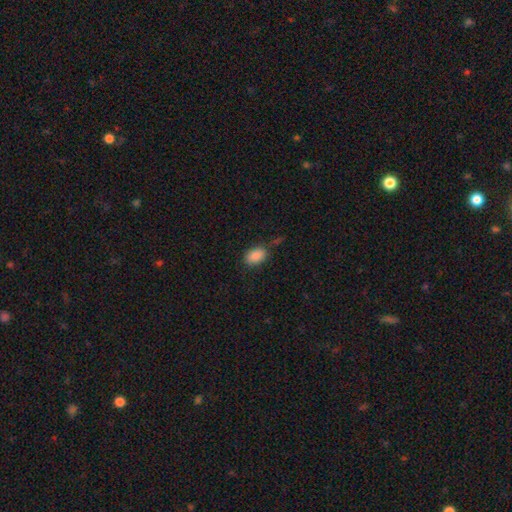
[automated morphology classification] Q: Smooth or featured?
A: smooth (88%); runner-up: star or artifact (8%)
Q: How rounded?
A: in between (89%); runner-up: round (9%)
Q: Merging?
A: none (73%); runner-up: minor disturbance (17%)